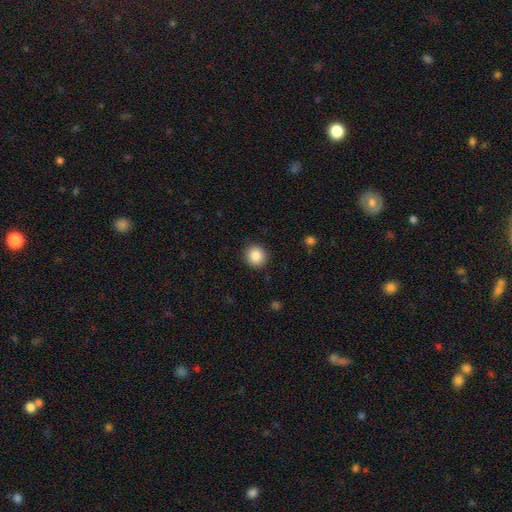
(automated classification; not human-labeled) The model was most divided on "smooth or featured": smooth: 87%, star or artifact: 9%, featured or disk: 4%. More confident: how rounded — round (91%); merging — none (91%).